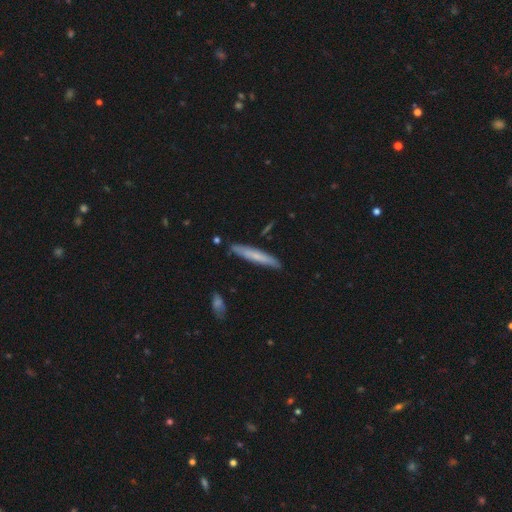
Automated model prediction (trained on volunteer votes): smooth_or_featured: smooth (p=0.61) [alt: featured or disk p=0.33]
how_rounded: cigar-shaped (p=0.94) [alt: in between p=0.05]
merging: none (p=0.86) [alt: minor disturbance p=0.10]